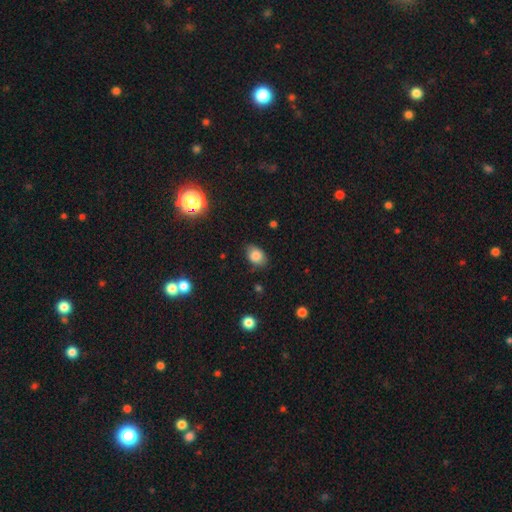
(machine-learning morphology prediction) This is clearly a smooth galaxy (83%). How rounded: likely in between (78%). Merging: likely none (77%).